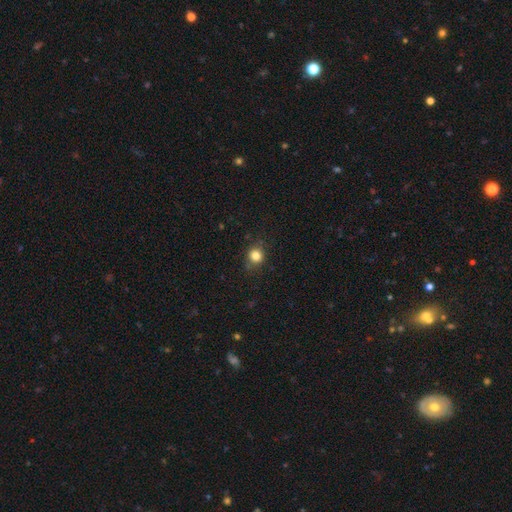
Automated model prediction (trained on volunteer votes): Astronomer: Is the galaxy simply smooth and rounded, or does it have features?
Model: smooth — 82%.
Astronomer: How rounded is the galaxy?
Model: round — 85%.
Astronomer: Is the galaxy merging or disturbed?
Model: none — 82%.